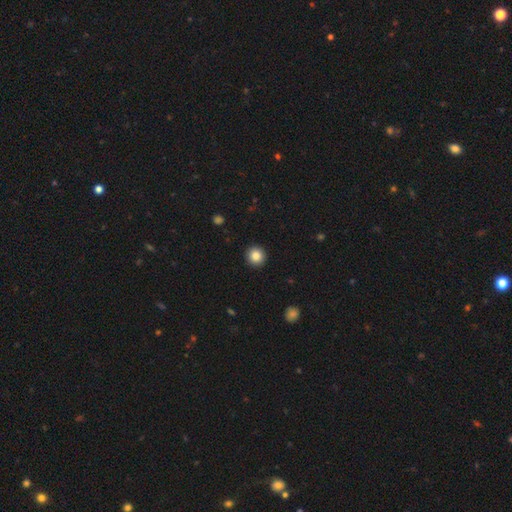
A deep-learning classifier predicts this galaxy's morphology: Smooth or featured? Predicted: smooth (p=0.85). How rounded? Predicted: round (p=0.94). Merging? Predicted: none (p=0.93).